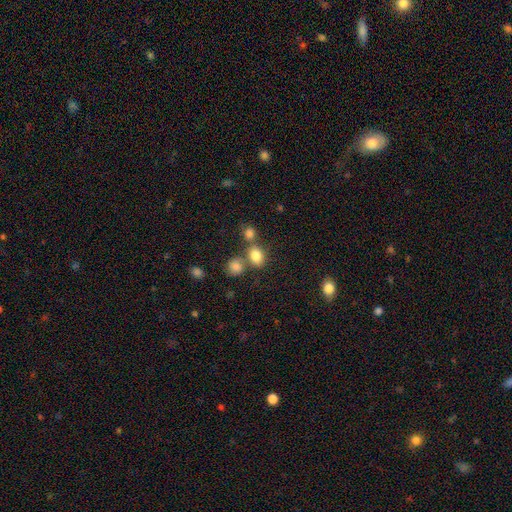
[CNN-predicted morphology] smooth 81%, star or artifact 11%, featured or disk 8%. Down the decision tree: how rounded — in between (59%); merging — none (55%).